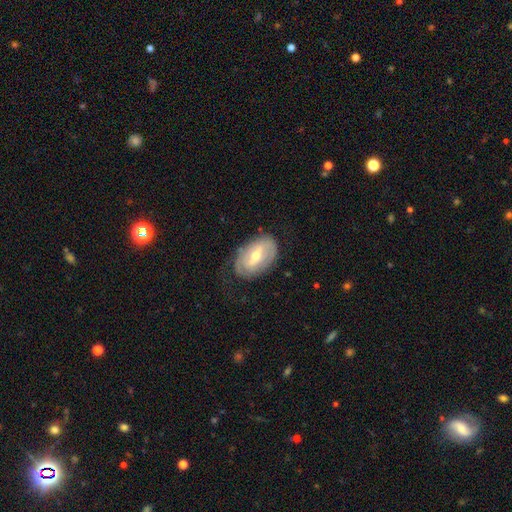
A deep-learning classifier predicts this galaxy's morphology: A featured or disk galaxy (65%) with a weak bar (48%), spiral arms (69%) and a moderate central bulge (62%).

Vote fractions:
- Smooth or featured? featured or disk: 65% / smooth: 29% / star or artifact: 6%
- Edge-on disk? no: 93% / yes: 7%
- Bar? weak: 48% / strong: 33% / no: 19%
- Spiral arms? yes: 69% / no: 31%
- Bulge size? moderate: 62% / small: 32% / large: 4% / none: 1% / dominant: 1%
- Merging? none: 70% / minor disturbance: 21% / major disturbance: 8% / merger: 1%